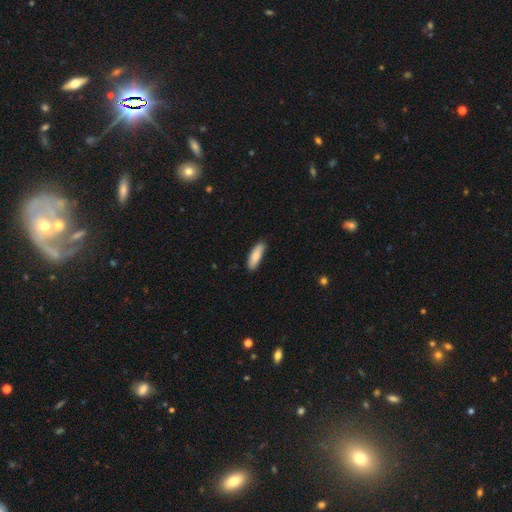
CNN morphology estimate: Smooth or featured: smooth — 83% (featured or disk — 11%)
How rounded: in between — 55% (cigar-shaped — 43%)
Merging: none — 80% (minor disturbance — 17%)